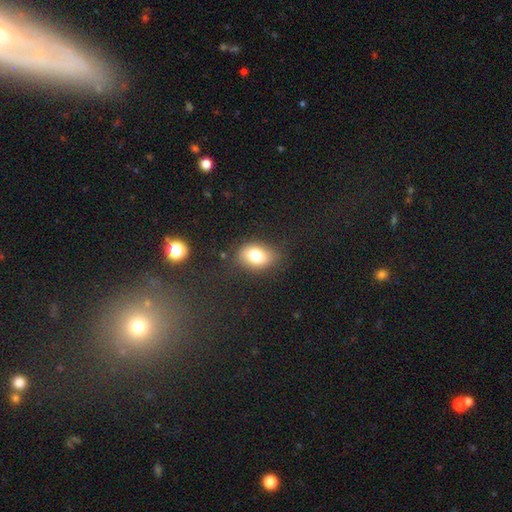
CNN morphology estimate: A smooth galaxy with no disk features (78%) that is in between round and cigar-shaped (77%). Merging: none (76%).